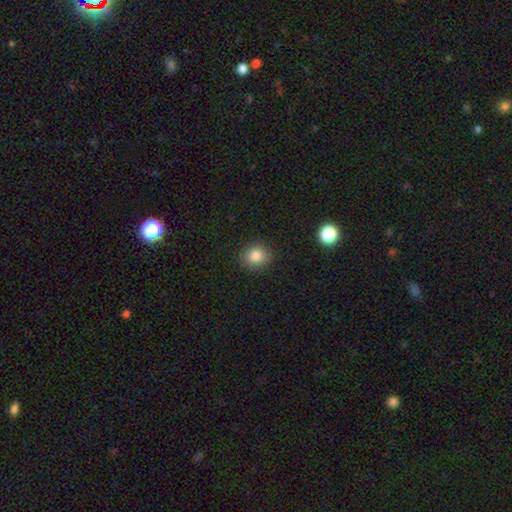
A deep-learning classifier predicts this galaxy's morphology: This is clearly a smooth galaxy (83%). How rounded: clearly round (81%). Merging: clearly none (90%).